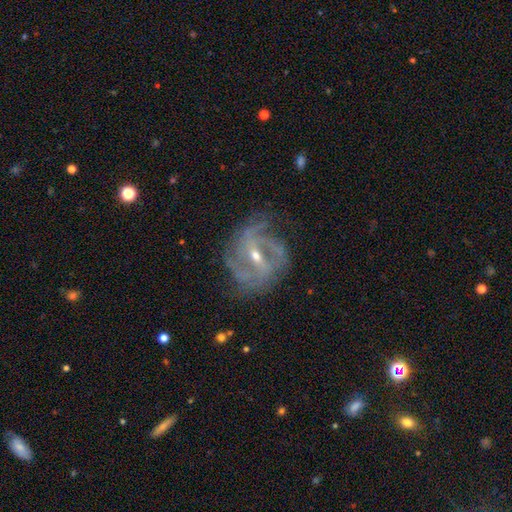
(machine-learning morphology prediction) Smooth or featured?
  - featured or disk: 88% *
  - star or artifact: 7%
  - smooth: 5%
Edge-on disk?
  - no: 96% *
  - yes: 4%
Bar?
  - strong: 48% *
  - weak: 38%
  - no: 13%
Spiral arms?
  - yes: 95% *
  - no: 5%
Spiral winding?
  - medium: 45% *
  - tight: 33%
  - loose: 22%
Spiral arm count?
  - 2: 38% *
  - 3: 24%
  - can't tell: 19%
  - 4: 9%
  - 1: 5%
  - more than 4: 5%
Bulge size?
  - small: 54% *
  - moderate: 44%
  - large: 1%
  - none: 1%
  - dominant: 1%
Merging?
  - none: 67% *
  - minor disturbance: 20%
  - major disturbance: 11%
  - merger: 2%